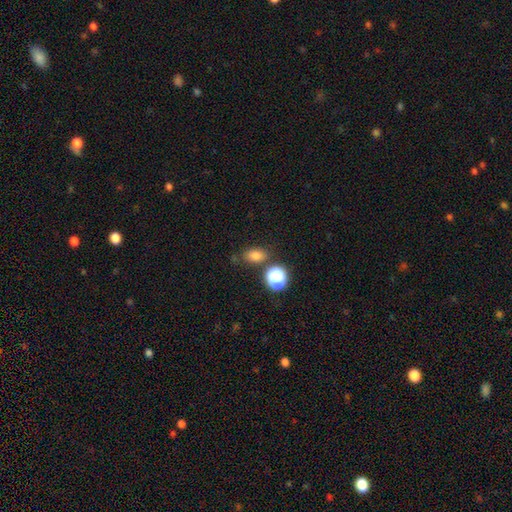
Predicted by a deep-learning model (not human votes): Q: Smooth or featured?
A: smooth (78%); runner-up: star or artifact (15%)
Q: How rounded?
A: in between (73%); runner-up: round (25%)
Q: Merging?
A: none (74%); runner-up: minor disturbance (14%)